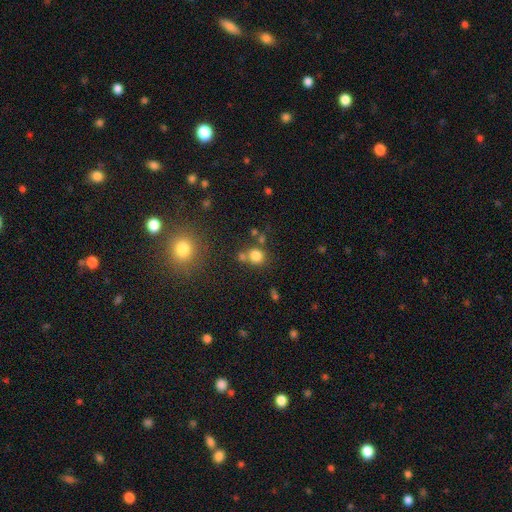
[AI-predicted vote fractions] A smooth galaxy with no disk features (80%) that is round (85%).

Vote fractions:
- Smooth or featured? smooth: 80% / star or artifact: 13% / featured or disk: 7%
- How rounded? round: 85% / in between: 14% / cigar-shaped: 1%
- Merging? none: 63% / merger: 22% / minor disturbance: 10% / major disturbance: 5%